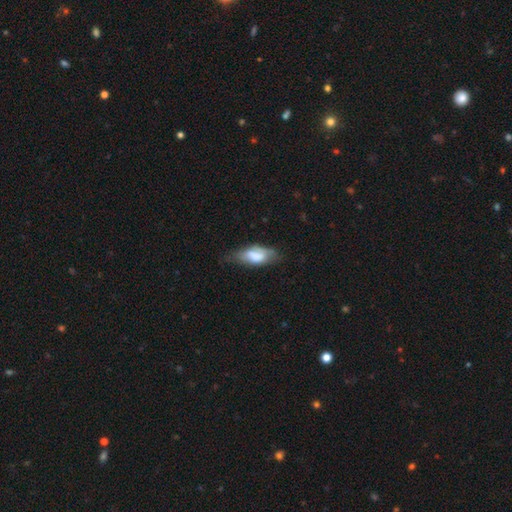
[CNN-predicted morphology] Smooth or featured? smooth (69%)
How rounded? in between (81%)
Merging? none (53%)